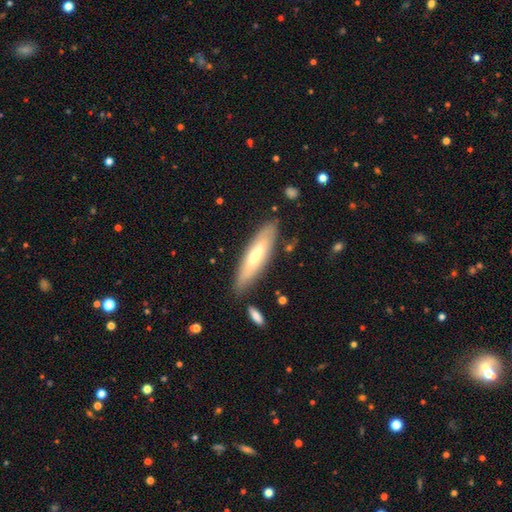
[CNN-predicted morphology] type=smooth (48%); merging=none (83%).